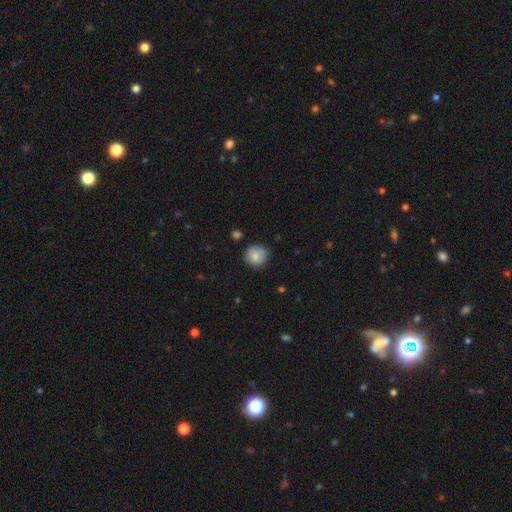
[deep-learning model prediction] A smooth galaxy with no disk features (76%) that is round (89%).

Vote fractions:
- Smooth or featured? smooth: 76% / featured or disk: 16% / star or artifact: 7%
- How rounded? round: 89% / in between: 10% / cigar-shaped: 1%
- Merging? none: 79% / minor disturbance: 16% / major disturbance: 3% / merger: 2%